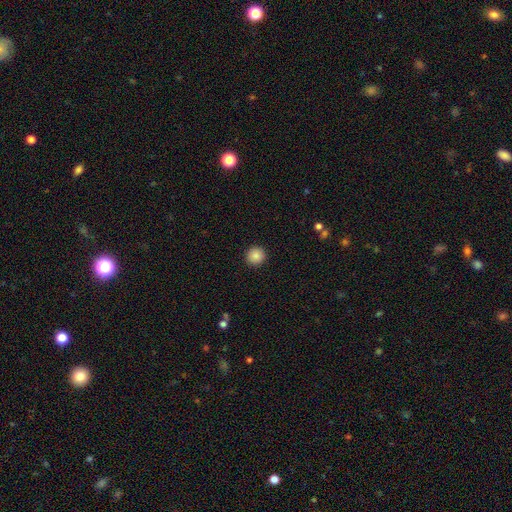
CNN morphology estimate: This appears to be a smooth galaxy with no disk features (87%) that is round (95%). Merging: none (93%).